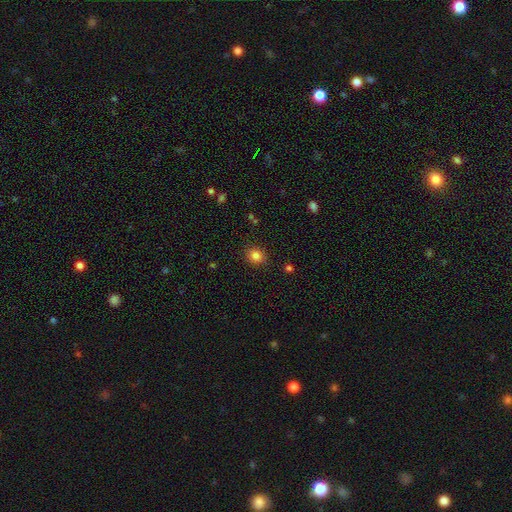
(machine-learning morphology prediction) smooth 83%, star or artifact 12%, featured or disk 5%. Down the decision tree: how rounded — round (79%); merging — none (89%).